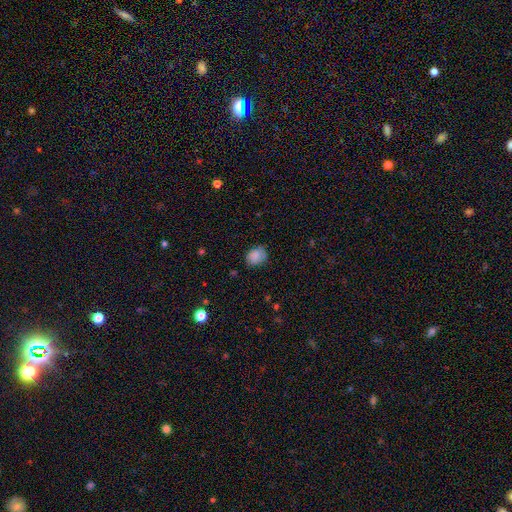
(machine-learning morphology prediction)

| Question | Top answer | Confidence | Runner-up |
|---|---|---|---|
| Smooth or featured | smooth | 83% | star or artifact (9%) |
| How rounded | in between | 57% | round (42%) |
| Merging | none | 75% | minor disturbance (19%) |